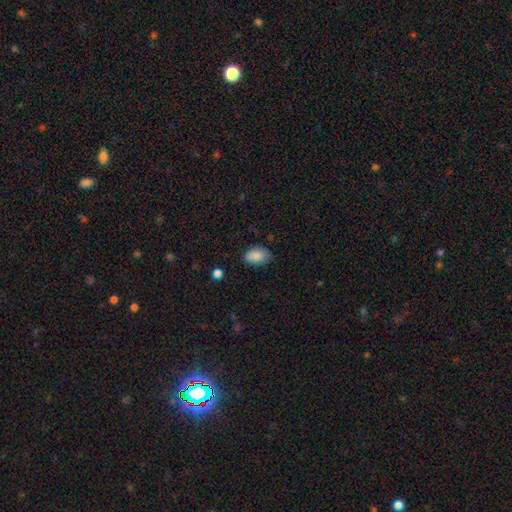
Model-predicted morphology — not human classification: type=smooth (87%); roundness=in between (86%); merging=none (70%).